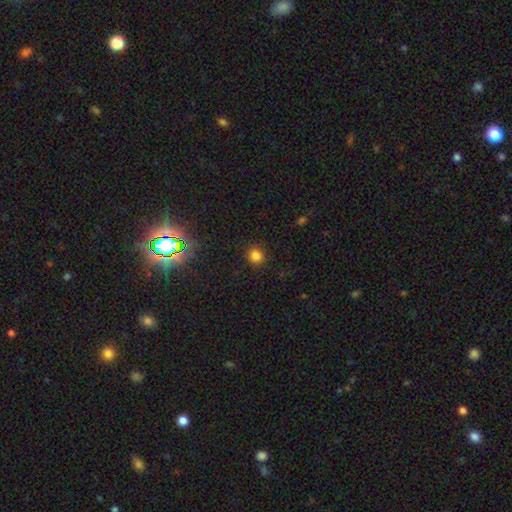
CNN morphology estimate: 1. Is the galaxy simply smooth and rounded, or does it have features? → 81% smooth, 15% star or artifact, 4% featured or disk.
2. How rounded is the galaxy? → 92% round, 7% in between, 1% cigar-shaped.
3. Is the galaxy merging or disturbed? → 91% none, 6% minor disturbance, 2% major disturbance, 1% merger.